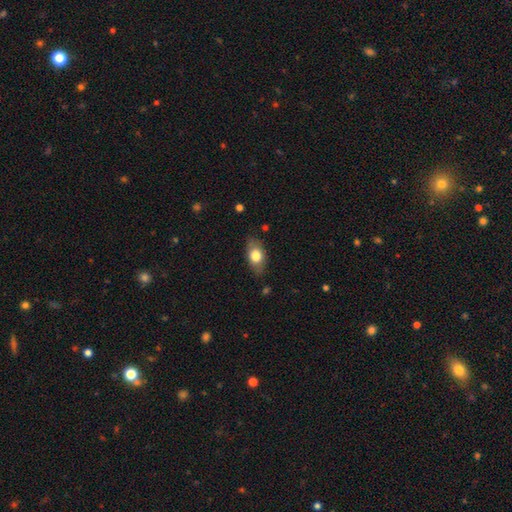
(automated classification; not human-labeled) Morphology: type=smooth (74%); roundness=in between (85%); merging=none (78%).